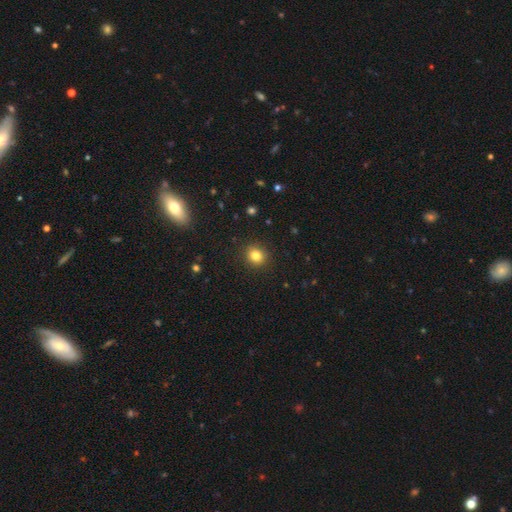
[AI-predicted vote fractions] The model was most divided on "how rounded": round: 77%, in between: 22%, cigar-shaped: 1%. More confident: merging — none (90%); smooth or featured — smooth (82%).